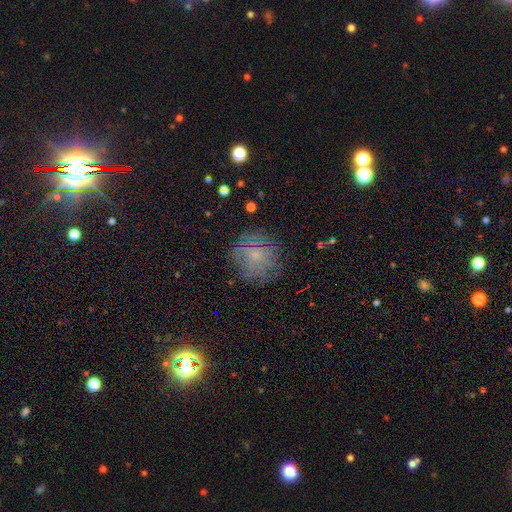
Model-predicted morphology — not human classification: type=smooth (47%); merging=none (75%).